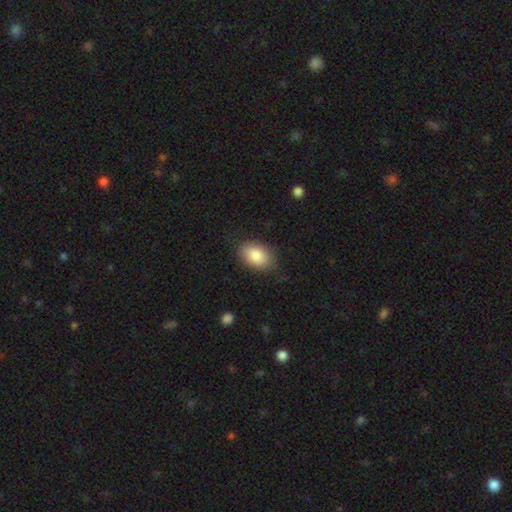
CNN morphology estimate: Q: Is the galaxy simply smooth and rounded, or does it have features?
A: smooth — 87%.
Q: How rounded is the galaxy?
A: in between — 87%.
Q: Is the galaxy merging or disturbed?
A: none — 83%.